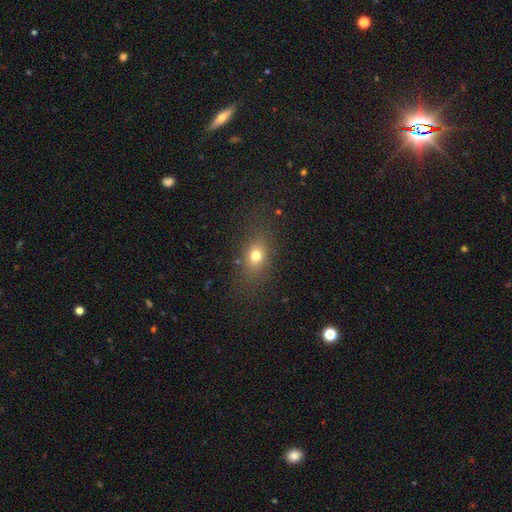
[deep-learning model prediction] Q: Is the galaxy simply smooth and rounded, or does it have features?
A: smooth — 73%.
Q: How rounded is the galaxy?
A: in between — 63%.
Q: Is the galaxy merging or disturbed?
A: none — 79%.